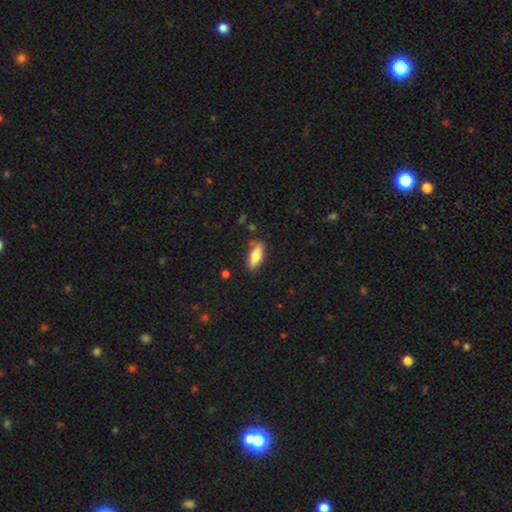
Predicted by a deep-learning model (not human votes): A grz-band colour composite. It shows a smooth galaxy with no disk features (79%) that is in between round and cigar-shaped (69%). Merging: none (80%).